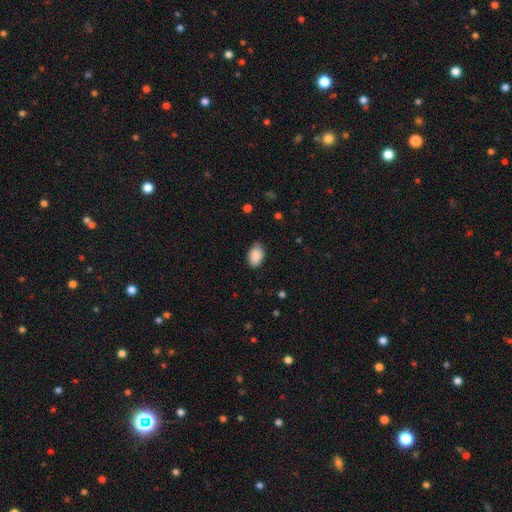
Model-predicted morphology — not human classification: Smooth or featured? smooth (89%)
How rounded? in between (89%)
Merging? none (80%)